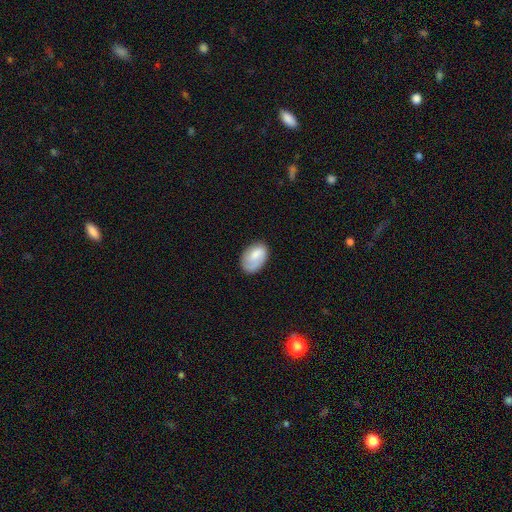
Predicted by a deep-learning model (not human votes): Smooth or featured: smooth — 70% (featured or disk — 23%)
How rounded: in between — 89% (round — 10%)
Merging: none — 71% (minor disturbance — 21%)